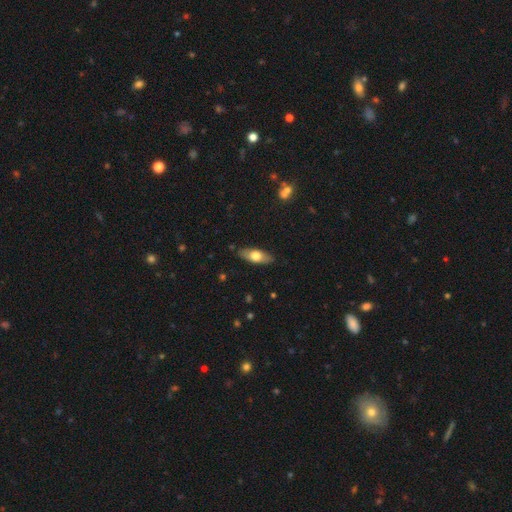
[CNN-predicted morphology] This appears to be a smooth galaxy with no disk features (64%) that is in between round and cigar-shaped (73%). Merging: none (86%).